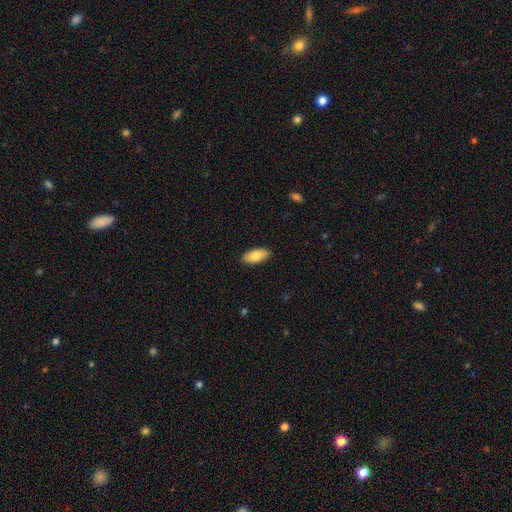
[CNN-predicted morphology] Q: Smooth or featured?
A: smooth (80%); runner-up: featured or disk (14%)
Q: How rounded?
A: in between (91%); runner-up: cigar-shaped (7%)
Q: Merging?
A: none (89%); runner-up: minor disturbance (8%)